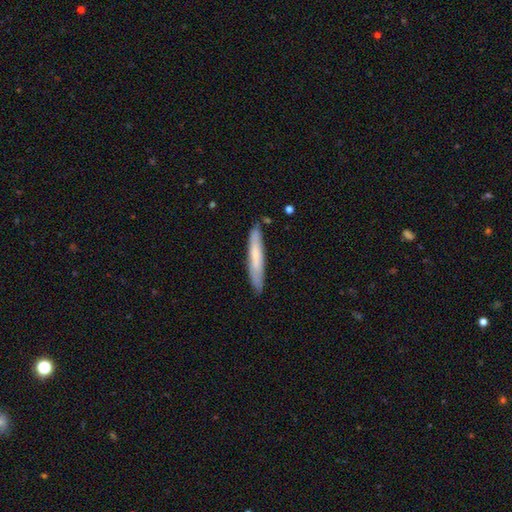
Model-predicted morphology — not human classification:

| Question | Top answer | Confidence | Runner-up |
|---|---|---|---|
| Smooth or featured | smooth | 63% | featured or disk (31%) |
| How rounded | cigar-shaped | 94% | in between (5%) |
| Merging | none | 84% | minor disturbance (12%) |